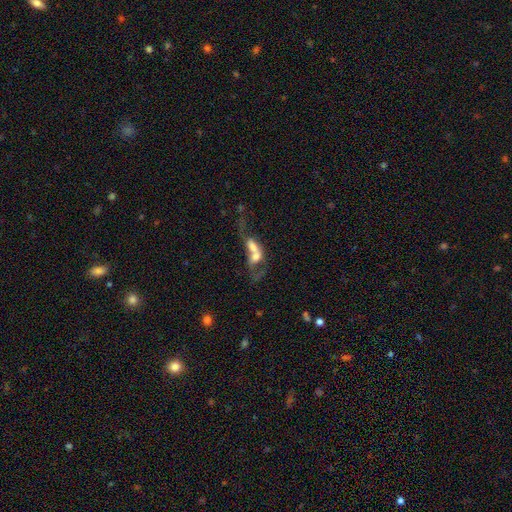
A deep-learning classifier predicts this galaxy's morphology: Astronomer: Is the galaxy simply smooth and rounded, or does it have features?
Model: smooth — 47% (runner-up: featured or disk, 42%).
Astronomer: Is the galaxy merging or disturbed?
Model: merger — 74%.